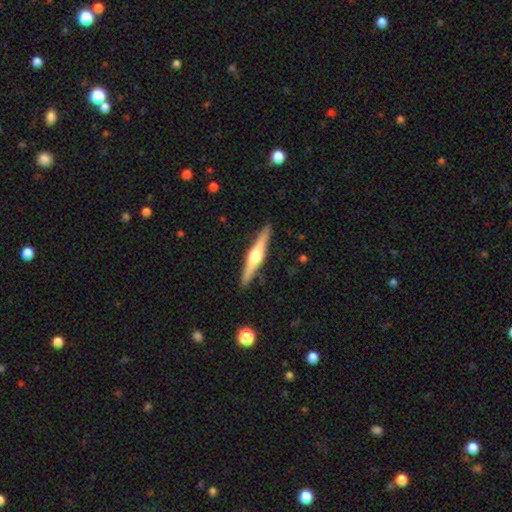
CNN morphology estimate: Smooth or featured? featured or disk (73%)
Edge-on disk? yes (98%)
Edge-on bulge? rounded (92%)
Merging? none (91%)